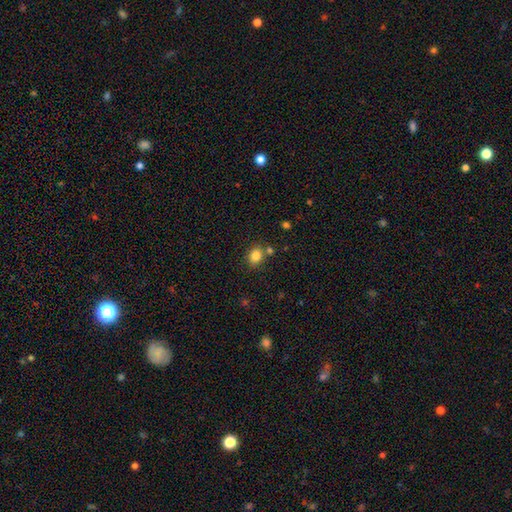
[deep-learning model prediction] Smooth or featured? smooth (83%)
How rounded? round (57%)
Merging? none (72%)